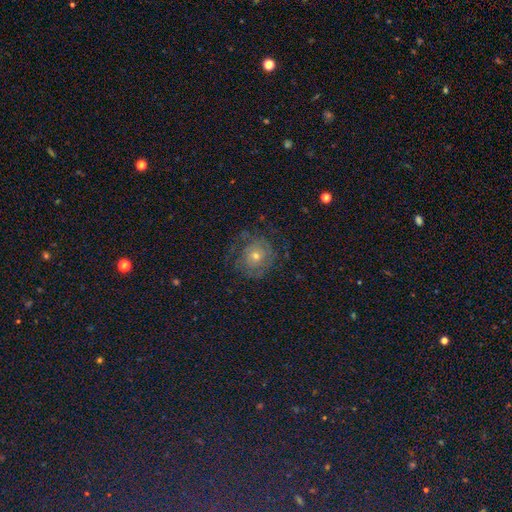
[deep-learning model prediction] Smooth or featured?
  - featured or disk: 60% *
  - smooth: 27%
  - star or artifact: 13%
Edge-on disk?
  - no: 97% *
  - yes: 3%
Bar?
  - no: 83% *
  - weak: 14%
  - strong: 3%
Spiral arms?
  - yes: 78% *
  - no: 22%
Bulge size?
  - moderate: 49% *
  - small: 44%
  - large: 4%
  - none: 1%
  - dominant: 1%
Merging?
  - none: 68% *
  - minor disturbance: 17%
  - major disturbance: 14%
  - merger: 1%